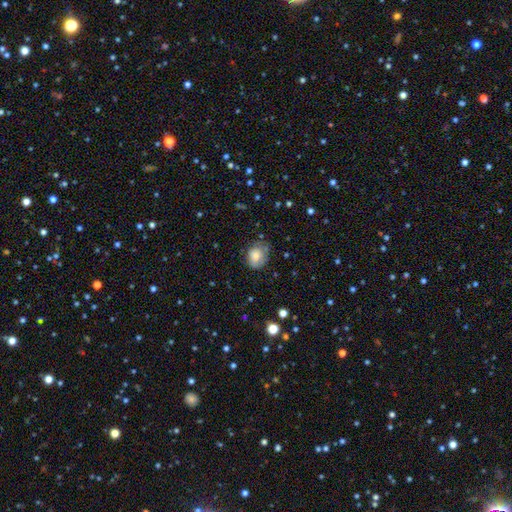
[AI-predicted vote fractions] A smooth galaxy with no disk features (70%) that is round (55%). Merging: none (60%).